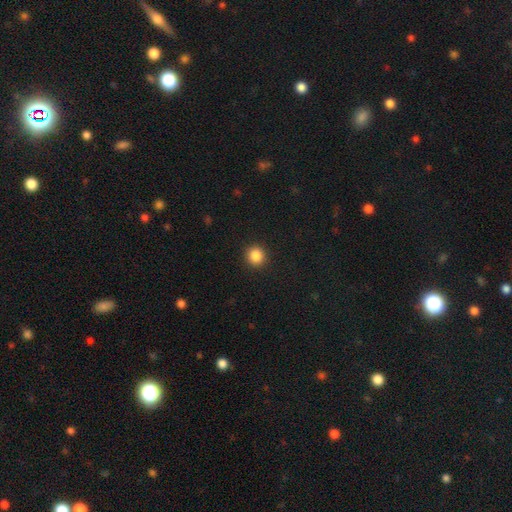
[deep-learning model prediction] Smooth or featured: smooth — 86% (star or artifact — 11%)
How rounded: round — 92% (in between — 7%)
Merging: none — 92% (minor disturbance — 5%)